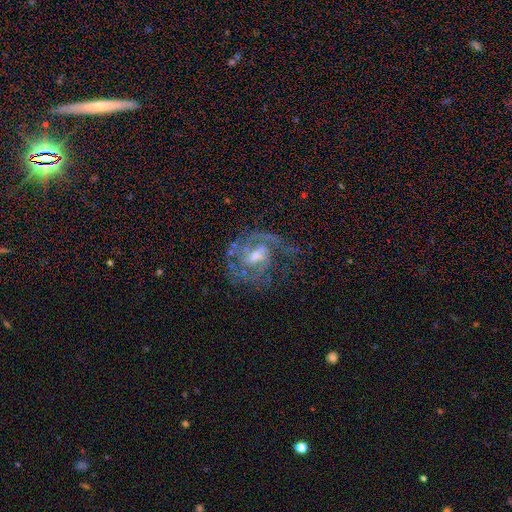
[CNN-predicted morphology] Smooth or featured: featured or disk — 83% (smooth — 9%)
Edge-on disk: no — 97% (yes — 3%)
Bar: weak — 50% (no — 37%)
Spiral arms: yes — 88% (no — 12%)
Spiral winding: medium — 44% (tight — 37%)
Spiral arm count: 2 — 37% (can't tell — 26%)
Bulge size: small — 48% (moderate — 44%)
Merging: none — 53% (major disturbance — 26%)